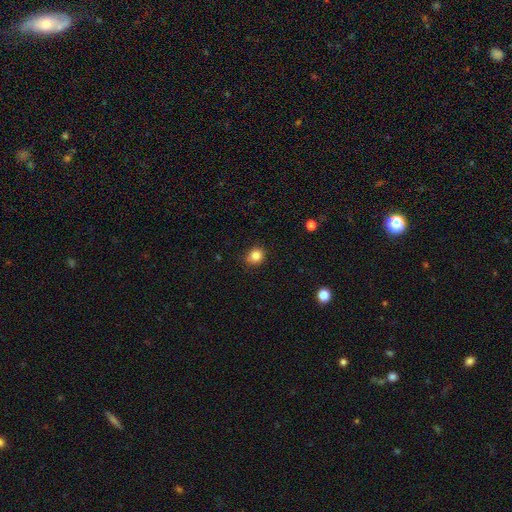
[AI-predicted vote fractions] Overall: smooth (84%). How rounded: round (74%). Merging: none (85%).